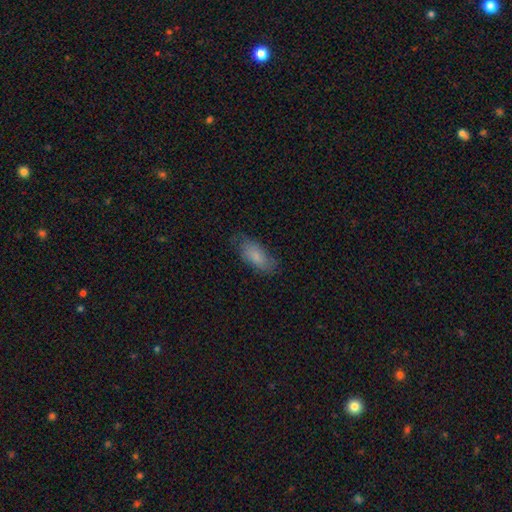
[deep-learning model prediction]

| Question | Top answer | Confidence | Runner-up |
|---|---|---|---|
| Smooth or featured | smooth | 78% | featured or disk (15%) |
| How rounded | in between | 85% | cigar-shaped (12%) |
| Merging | none | 72% | minor disturbance (21%) |